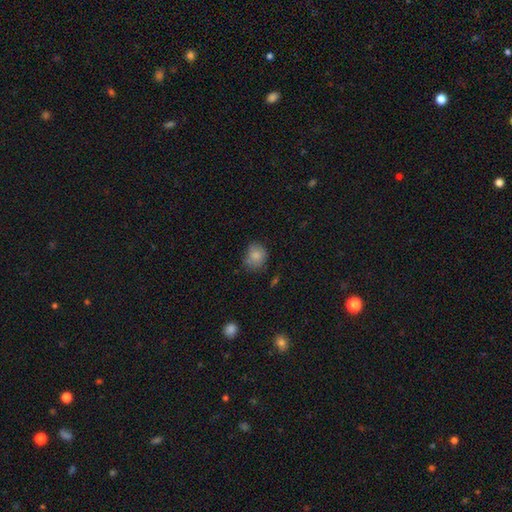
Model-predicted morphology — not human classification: smooth_or_featured: smooth (p=0.83) [alt: star or artifact p=0.09]
how_rounded: round (p=0.67) [alt: in between p=0.33]
merging: none (p=0.65) [alt: minor disturbance p=0.25]